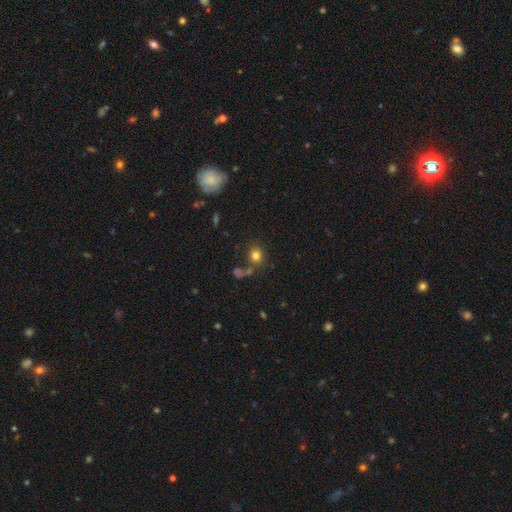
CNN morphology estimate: Smooth or featured?
  - smooth: 78% *
  - star or artifact: 13%
  - featured or disk: 9%
How rounded?
  - round: 77% *
  - in between: 22%
  - cigar-shaped: 1%
Merging?
  - none: 64% *
  - merger: 17%
  - minor disturbance: 12%
  - major disturbance: 8%